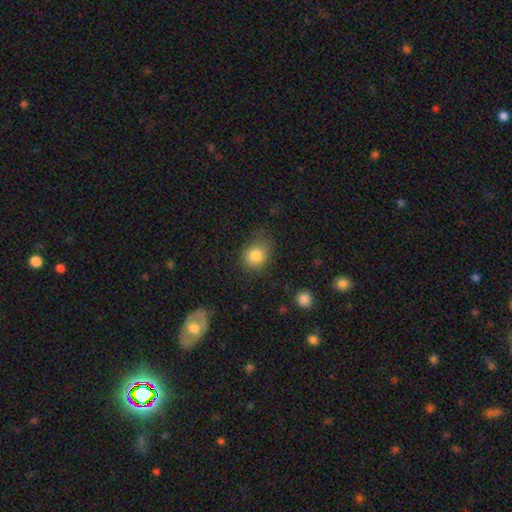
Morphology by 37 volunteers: smooth 89%, featured or disk 5%, star or artifact 5%. Down the decision tree: how rounded — round (64%); merging — none (46%).